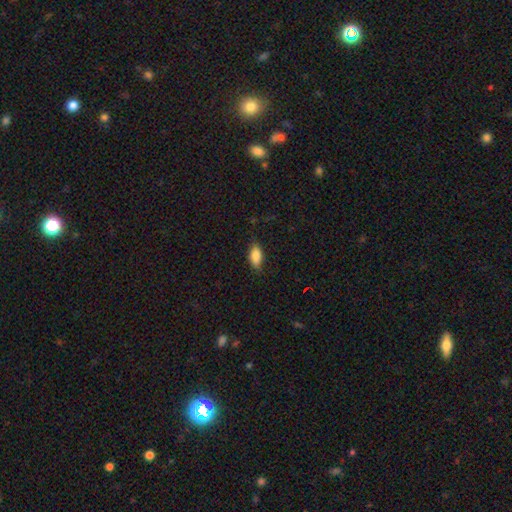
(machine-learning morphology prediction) Smooth or featured? Predicted: smooth (p=0.85). How rounded? Predicted: in between (p=0.89). Merging? Predicted: none (p=0.78).